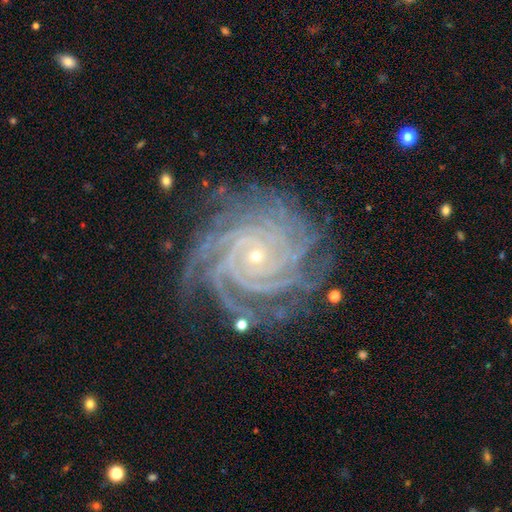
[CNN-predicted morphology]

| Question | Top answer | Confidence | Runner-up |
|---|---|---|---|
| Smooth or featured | featured or disk | 92% | star or artifact (5%) |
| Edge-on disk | no | 98% | yes (2%) |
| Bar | no | 73% | weak (16%) |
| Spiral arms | yes | 99% | no (1%) |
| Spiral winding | tight | 85% | medium (13%) |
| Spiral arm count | more than 4 | 36% | 4 (30%) |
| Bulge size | small | 84% | moderate (13%) |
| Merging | none | 78% | minor disturbance (15%) |